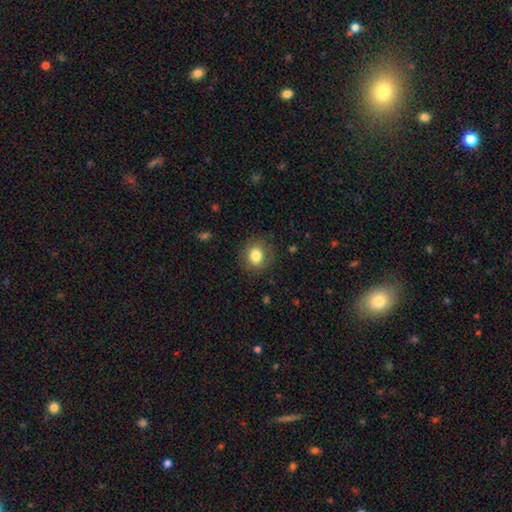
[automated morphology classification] Smooth or featured?
  - smooth: 80% *
  - featured or disk: 11%
  - star or artifact: 9%
How rounded?
  - round: 72% *
  - in between: 27%
  - cigar-shaped: 1%
Merging?
  - none: 85% *
  - minor disturbance: 10%
  - major disturbance: 4%
  - merger: 1%